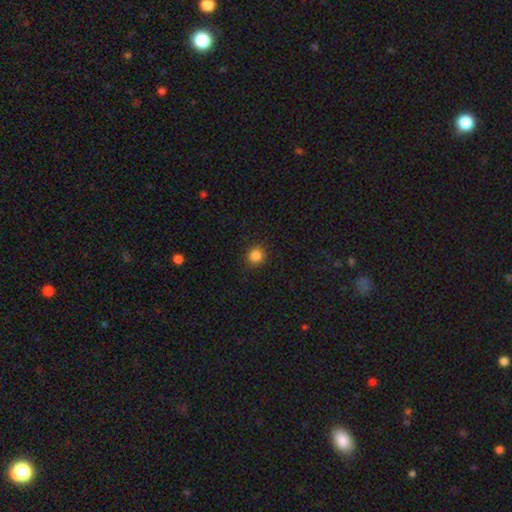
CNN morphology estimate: Q: Smooth or featured?
A: smooth (85%); runner-up: star or artifact (11%)
Q: How rounded?
A: round (92%); runner-up: in between (7%)
Q: Merging?
A: none (90%); runner-up: minor disturbance (7%)